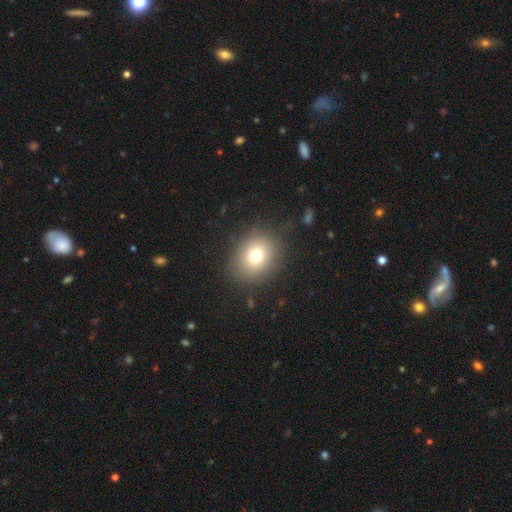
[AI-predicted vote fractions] smooth 74%, star or artifact 14%, featured or disk 12%. Down the decision tree: how rounded — round (70%); merging — none (84%).